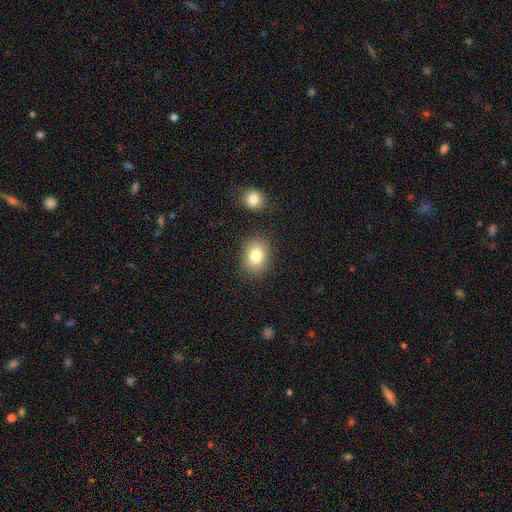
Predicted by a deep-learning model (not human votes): Morphology: type=smooth (81%); roundness=in between (54%); merging=none (83%).